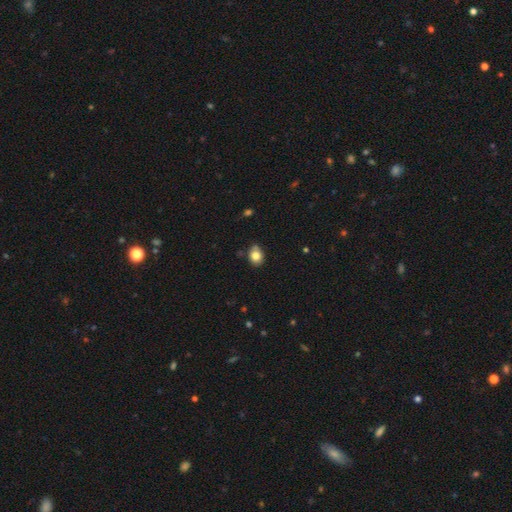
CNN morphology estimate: type=smooth (81%); roundness=in between (54%); merging=none (72%).